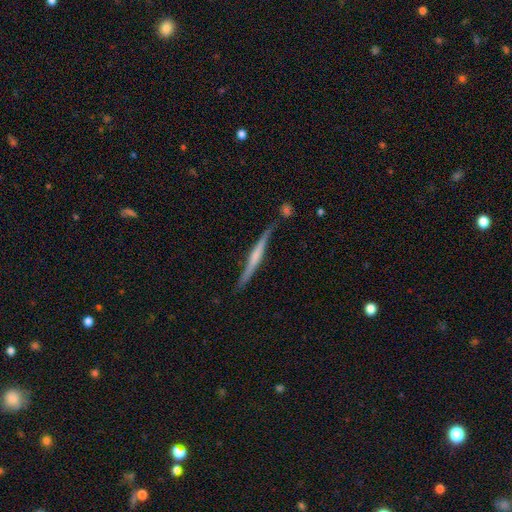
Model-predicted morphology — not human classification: Smooth or featured: featured or disk — 62% (smooth — 33%)
Edge-on disk: yes — 96% (no — 4%)
Edge-on bulge: none — 48% (rounded — 30%)
Merging: none — 72% (minor disturbance — 18%)